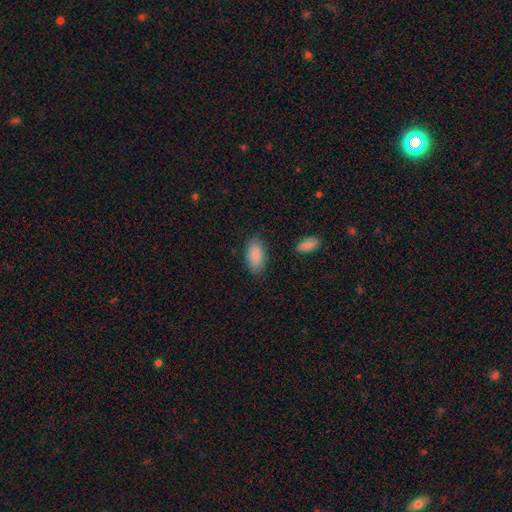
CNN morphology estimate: A smooth galaxy with no disk features (89%) that is in between round and cigar-shaped (94%). Merging: none (82%).